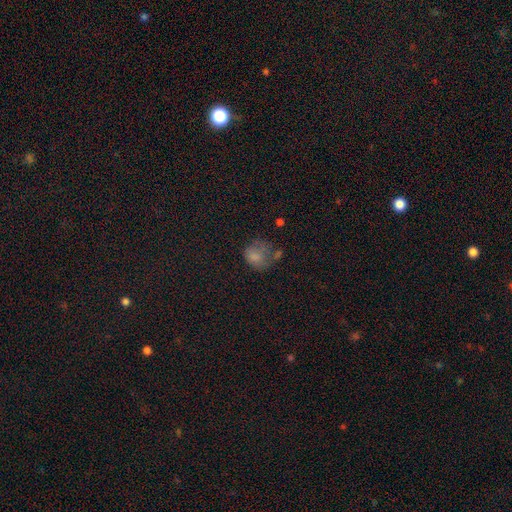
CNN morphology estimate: Smooth or featured? smooth (71%)
How rounded? round (63%)
Merging? none (36%)